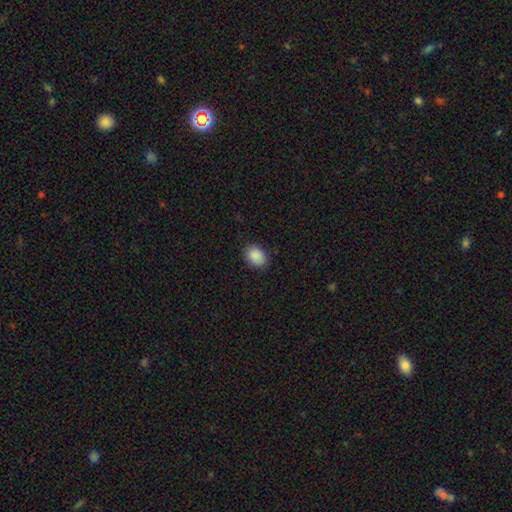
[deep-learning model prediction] The model was most divided on "how rounded": in between: 74%, round: 25%, cigar-shaped: 1%. More confident: smooth or featured — smooth (89%); merging — none (87%).